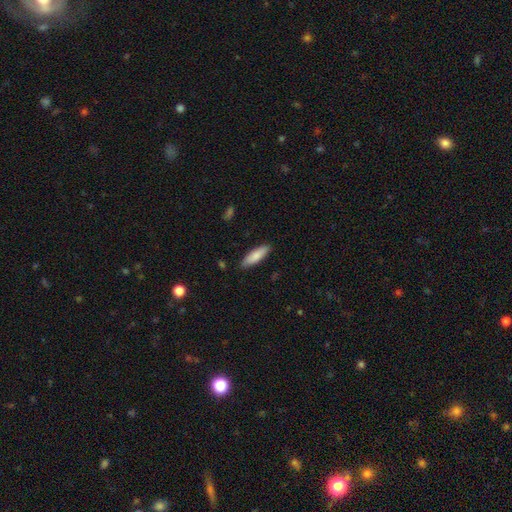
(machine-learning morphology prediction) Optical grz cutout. It shows a smooth galaxy with no disk features (82%) that is cigar-shaped (53%). Merging: none (88%).